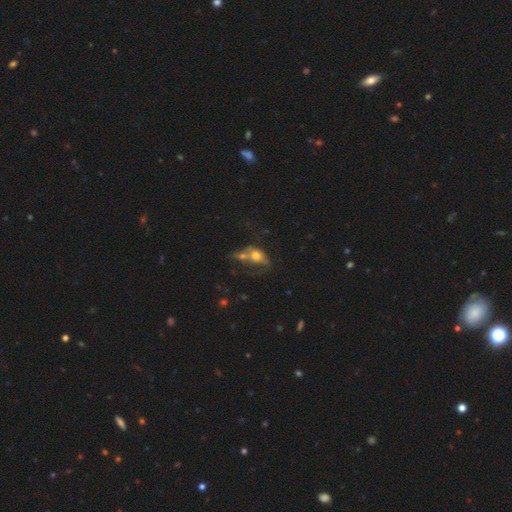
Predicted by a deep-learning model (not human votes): Smooth or featured: smooth — 53% (featured or disk — 35%)
How rounded: in between — 71% (round — 23%)
Merging: merger — 51% (none — 19%)